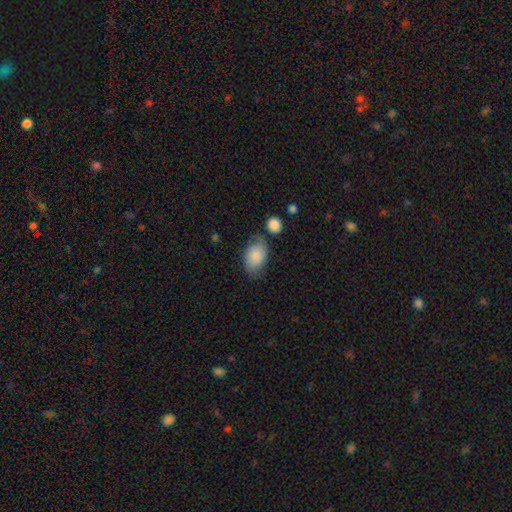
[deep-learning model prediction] Overall: smooth (82%). How rounded: in between (88%). Merging: none (63%; minor disturbance 23%).